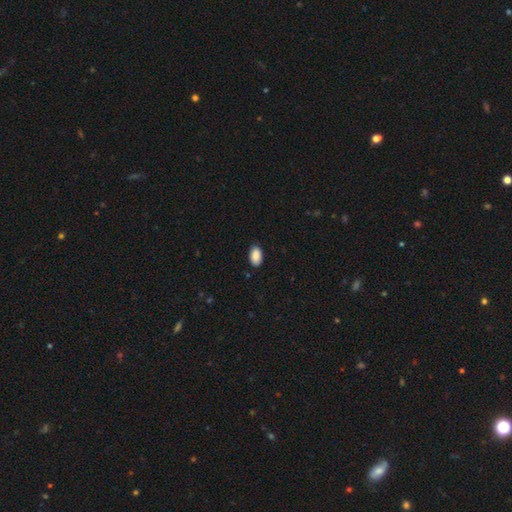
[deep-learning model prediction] smooth 90%, star or artifact 7%, featured or disk 3%. Down the decision tree: how rounded — in between (94%); merging — none (87%).